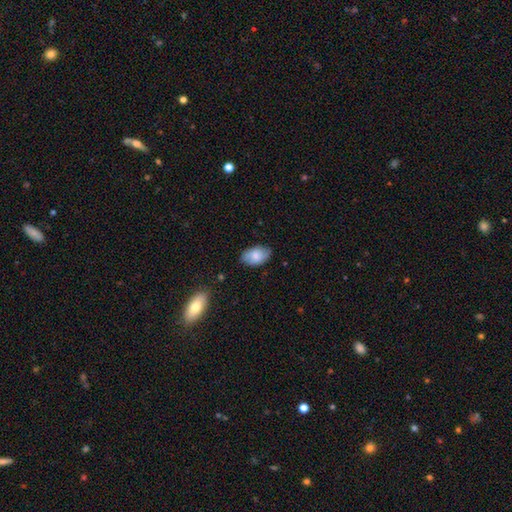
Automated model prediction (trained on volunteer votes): smooth-or-featured: smooth: 77% | featured or disk: 16% | star or artifact: 7%
  how-rounded: in between: 91% | round: 7% | cigar-shaped: 1%
  merging: none: 76% | minor disturbance: 19% | major disturbance: 3% | merger: 1%